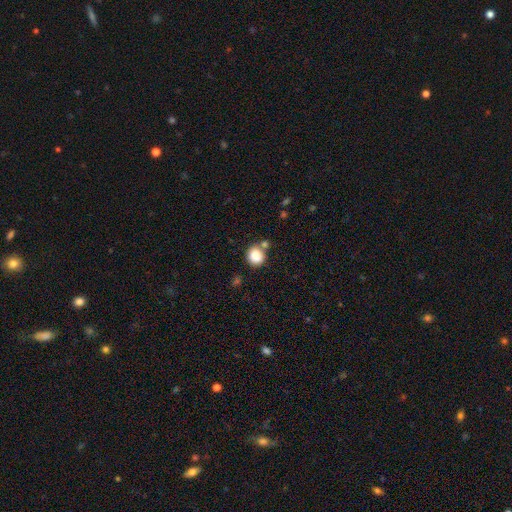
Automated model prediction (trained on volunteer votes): Smooth or featured? Predicted: smooth (p=0.86). How rounded? Predicted: round (p=0.82). Merging? Predicted: none (p=0.63).